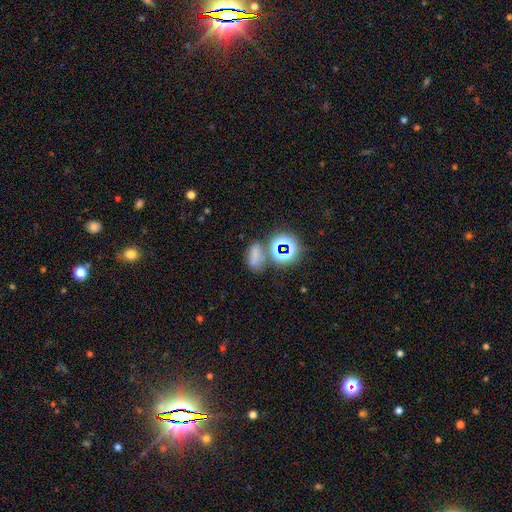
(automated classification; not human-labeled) Q: Smooth or featured?
A: smooth (55%); runner-up: star or artifact (34%)
Q: How rounded?
A: in between (73%); runner-up: round (22%)
Q: Merging?
A: none (51%); runner-up: merger (23%)